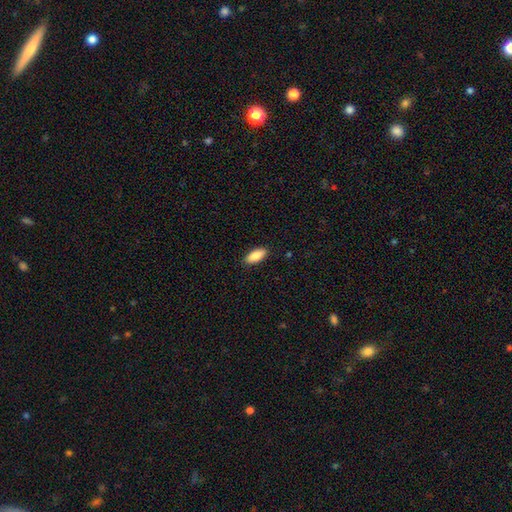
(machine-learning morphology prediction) This is clearly a smooth galaxy (88%). How rounded: clearly in between (84%). Merging: clearly none (89%).